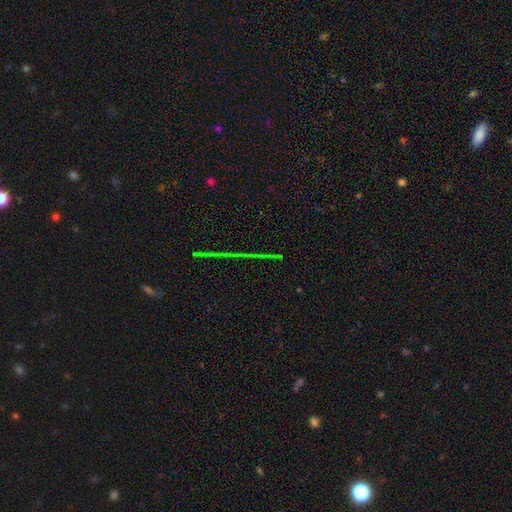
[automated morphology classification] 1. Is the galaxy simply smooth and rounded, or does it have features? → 69% star or artifact, 18% featured or disk, 13% smooth.